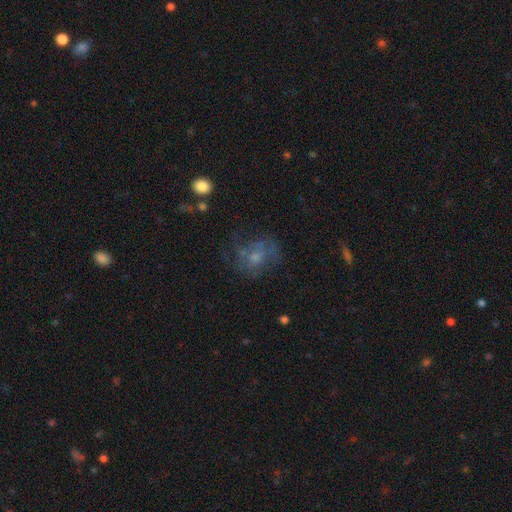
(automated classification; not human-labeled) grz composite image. It shows a smooth galaxy with no disk features (43%). Merging: none (46%).